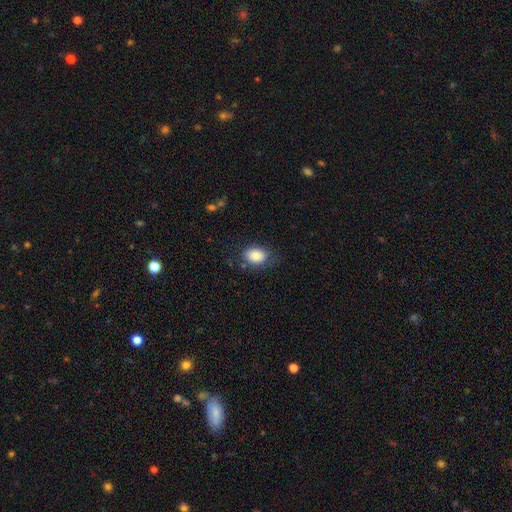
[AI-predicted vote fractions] A smooth galaxy with no disk features (83%) that is in between round and cigar-shaped (73%).

Vote fractions:
- Smooth or featured? smooth: 83% / star or artifact: 8% / featured or disk: 8%
- How rounded? in between: 73% / round: 26% / cigar-shaped: 1%
- Merging? none: 72% / minor disturbance: 20% / major disturbance: 6% / merger: 2%